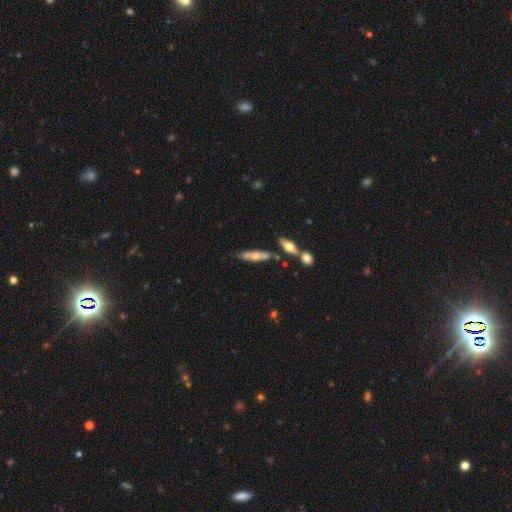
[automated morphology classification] A featured or disk galaxy (48%). Merging: none (52%).